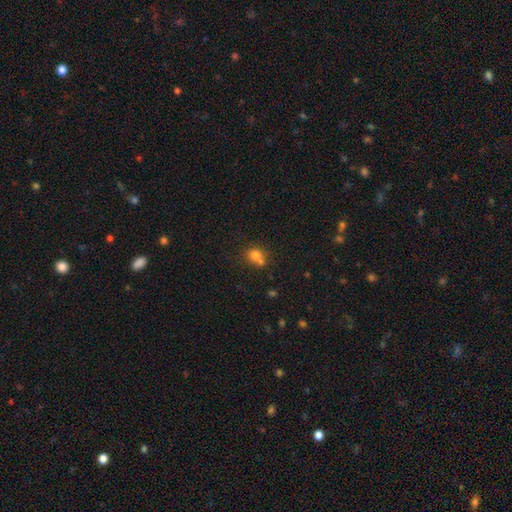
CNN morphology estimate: Smooth or featured? smooth (75%)
How rounded? round (76%)
Merging? merger (47%)